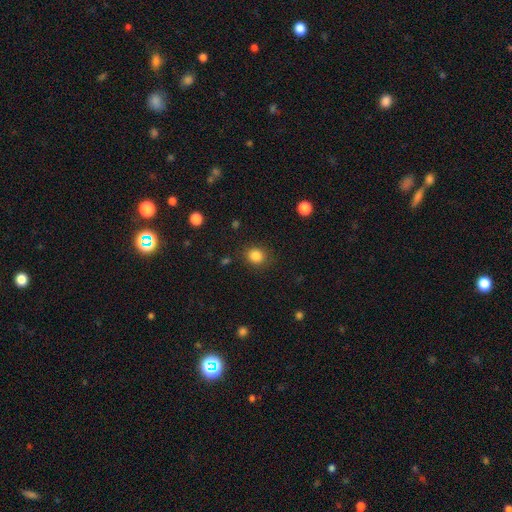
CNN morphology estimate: The model was most divided on "how rounded": round: 77%, in between: 23%, cigar-shaped: 1%. More confident: merging — none (87%); smooth or featured — smooth (85%).